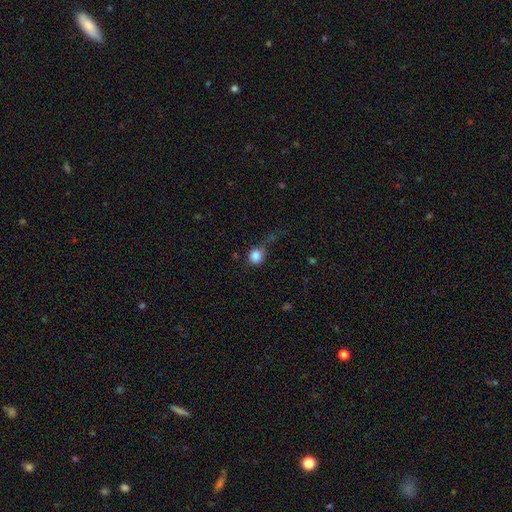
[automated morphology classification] This appears to be a smooth galaxy with no disk features (84%) that is round (86%). Merging: none (48%).